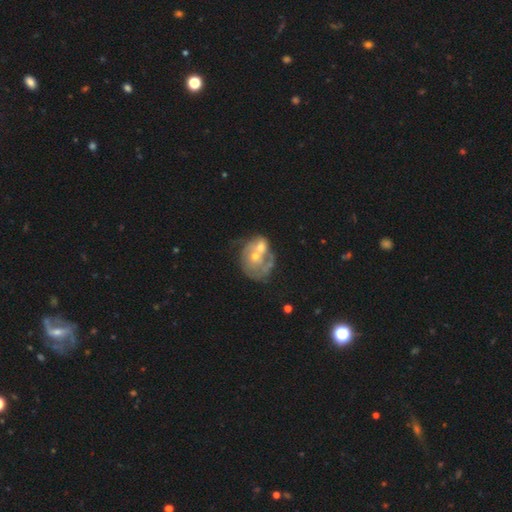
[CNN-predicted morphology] Q: Smooth or featured?
A: featured or disk (68%); runner-up: smooth (24%)
Q: Edge-on disk?
A: no (98%); runner-up: yes (2%)
Q: Bar?
A: no (82%); runner-up: weak (15%)
Q: Spiral arms?
A: yes (55%); runner-up: no (45%)
Q: Bulge size?
A: moderate (46%); tied with: small (46%)
Q: Merging?
A: merger (59%); runner-up: none (21%)